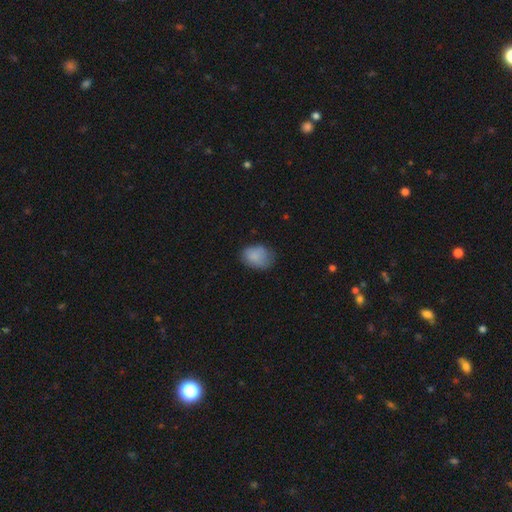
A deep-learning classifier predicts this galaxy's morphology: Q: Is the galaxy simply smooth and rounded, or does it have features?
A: smooth — 84%.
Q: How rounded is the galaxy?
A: in between — 68%.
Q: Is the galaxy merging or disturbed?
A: none — 62%.